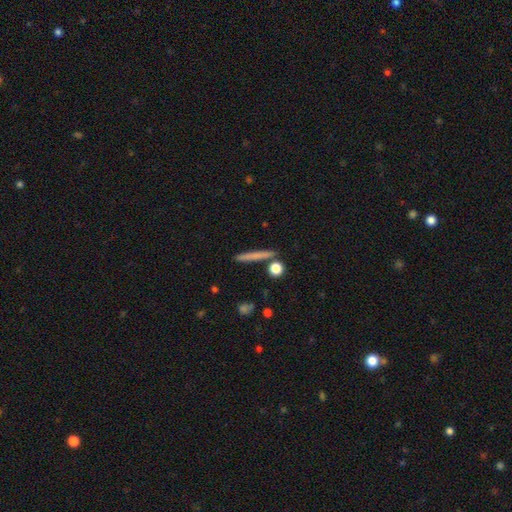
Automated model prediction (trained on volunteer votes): smooth_or_featured: smooth (p=0.68) [alt: featured or disk p=0.24]
how_rounded: cigar-shaped (p=0.92) [alt: in between p=0.04]
merging: none (p=0.86) [alt: minor disturbance p=0.07]